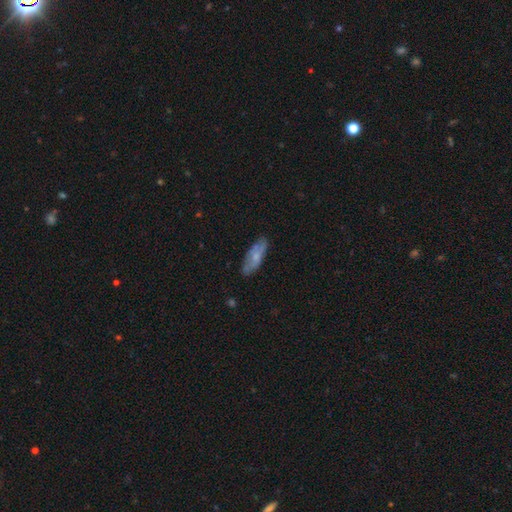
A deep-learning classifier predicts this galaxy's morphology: A smooth galaxy with no disk features (60%) that is in between round and cigar-shaped (65%).

Vote fractions:
- Smooth or featured? smooth: 60% / featured or disk: 33% / star or artifact: 6%
- How rounded? in between: 65% / cigar-shaped: 33% / round: 2%
- Merging? none: 74% / minor disturbance: 20% / major disturbance: 4% / merger: 2%